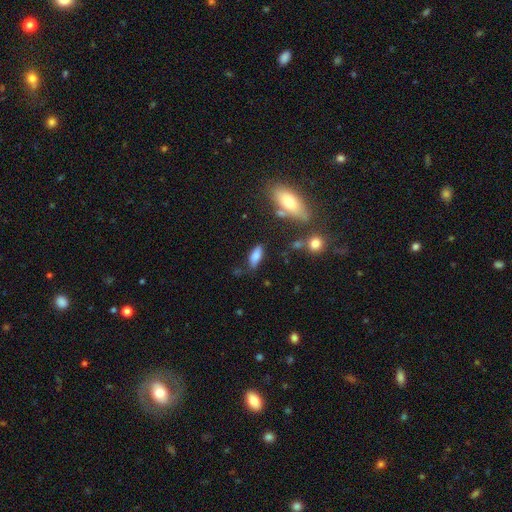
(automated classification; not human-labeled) Smooth or featured: smooth — 78% (featured or disk — 13%)
How rounded: in between — 72% (cigar-shaped — 25%)
Merging: none — 71% (minor disturbance — 18%)